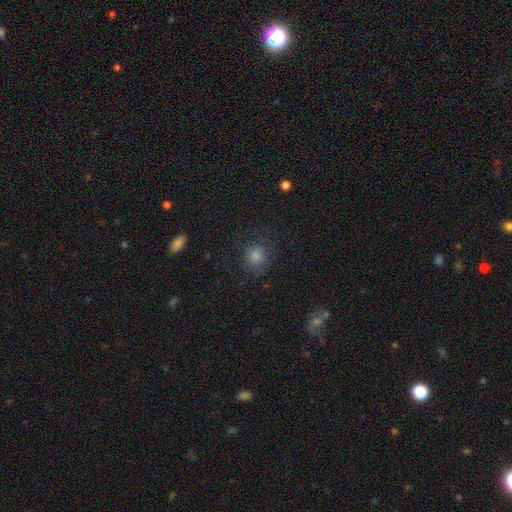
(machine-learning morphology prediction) This appears to be a smooth galaxy with no disk features (68%) that is round (85%). Merging: none (76%).